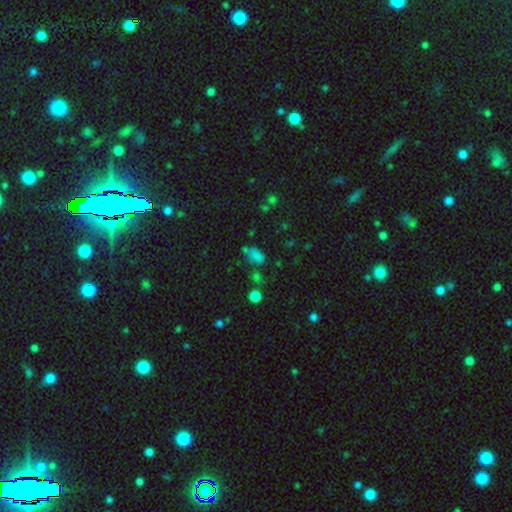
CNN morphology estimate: A smooth galaxy with no disk features (67%) that is in between round and cigar-shaped (83%).

Vote fractions:
- Smooth or featured? smooth: 67% / star or artifact: 22% / featured or disk: 10%
- How rounded? in between: 83% / round: 15% / cigar-shaped: 3%
- Merging? none: 48% / minor disturbance: 22% / merger: 18% / major disturbance: 12%